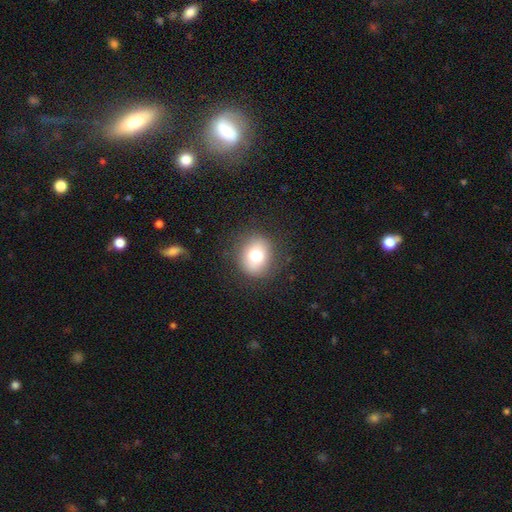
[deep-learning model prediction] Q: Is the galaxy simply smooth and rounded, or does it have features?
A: smooth — 75%.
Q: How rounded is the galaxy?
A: round — 73%.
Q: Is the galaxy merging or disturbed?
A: none — 85%.